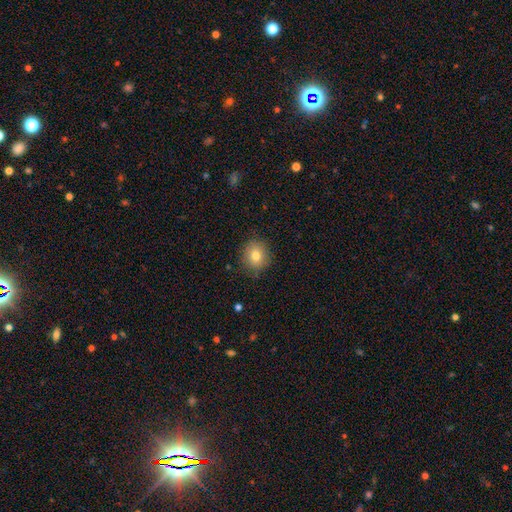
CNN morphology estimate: smooth 79%, star or artifact 11%, featured or disk 11%. Down the decision tree: how rounded — round (82%); merging — none (85%).